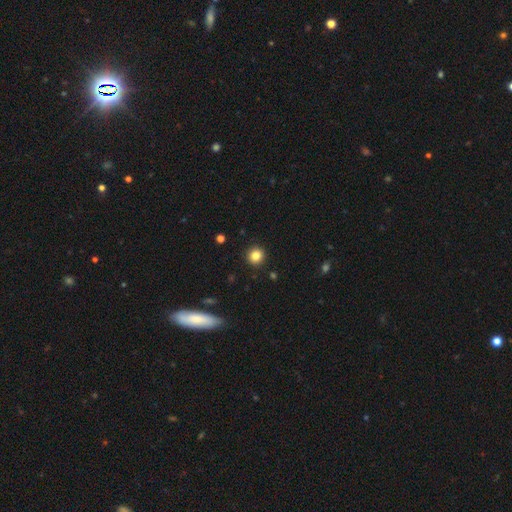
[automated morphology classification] Smooth or featured? Predicted: smooth (p=0.84). How rounded? Predicted: round (p=0.93). Merging? Predicted: none (p=0.93).